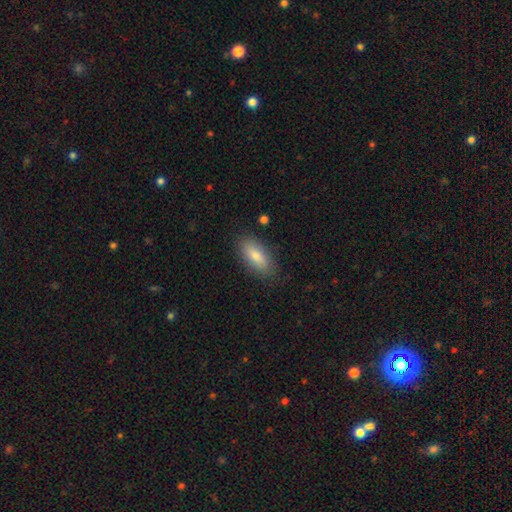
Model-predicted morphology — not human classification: Smooth or featured? smooth (80%)
How rounded? in between (83%)
Merging? none (84%)